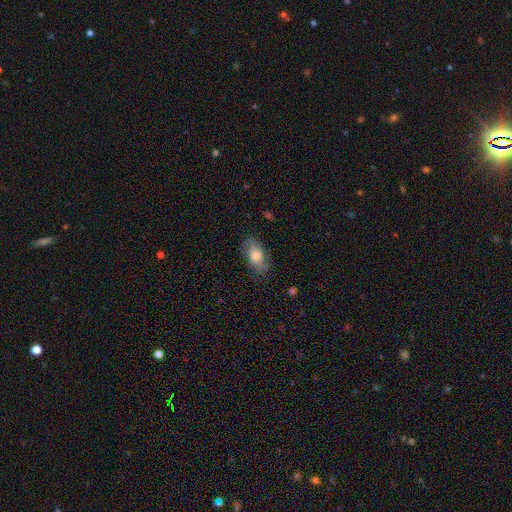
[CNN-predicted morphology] A smooth galaxy with no disk features (63%) that is in between round and cigar-shaped (90%).

Vote fractions:
- Smooth or featured? smooth: 63% / featured or disk: 30% / star or artifact: 7%
- How rounded? in between: 90% / round: 7% / cigar-shaped: 3%
- Merging? none: 77% / minor disturbance: 17% / major disturbance: 5% / merger: 1%